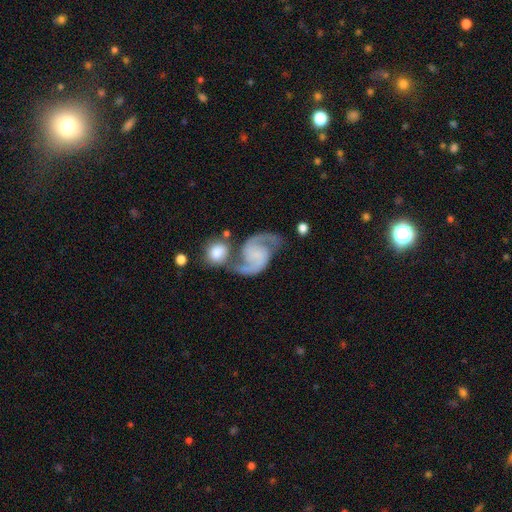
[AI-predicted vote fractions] The model was most divided on "bulge size": none: 44%, small: 39%, moderate: 12%, large: 4%, dominant: 2%. More confident: edge-on disk — no (98%); spiral arms — yes (98%); spiral arm count — 2 (94%); smooth or featured — featured or disk (90%); bar — no (54%); spiral winding — medium (53%); merging — none (52%).